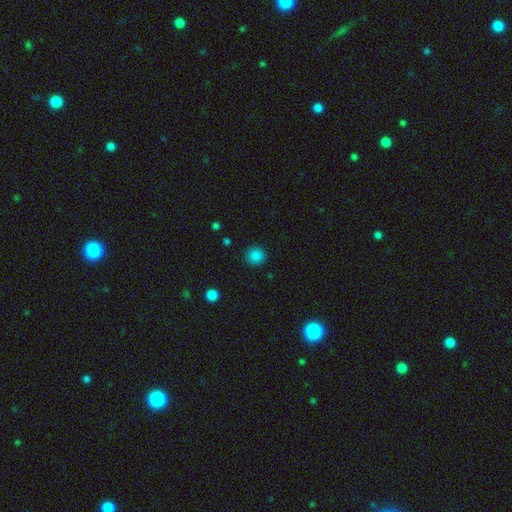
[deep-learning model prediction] Smooth or featured? Predicted: smooth (p=0.85). How rounded? Predicted: round (p=0.90). Merging? Predicted: none (p=0.90).